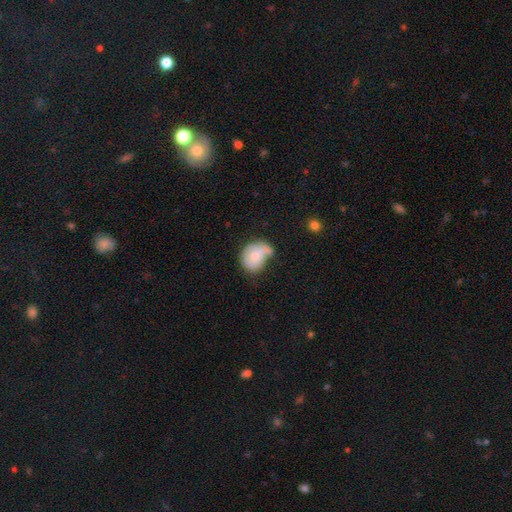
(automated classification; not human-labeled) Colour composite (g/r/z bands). It shows a smooth galaxy with no disk features (62%) that is round (53%). Merging: minor disturbance (35%).